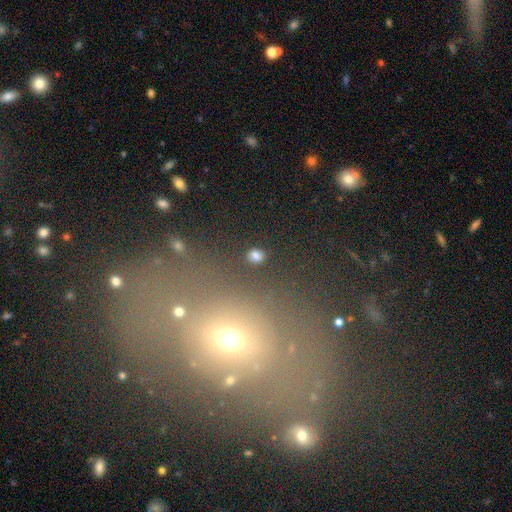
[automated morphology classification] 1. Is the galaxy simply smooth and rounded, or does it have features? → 80% smooth, 15% star or artifact, 5% featured or disk.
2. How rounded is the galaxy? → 66% round, 32% in between, 1% cigar-shaped.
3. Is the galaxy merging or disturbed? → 88% none, 7% minor disturbance, 3% major disturbance, 3% merger.